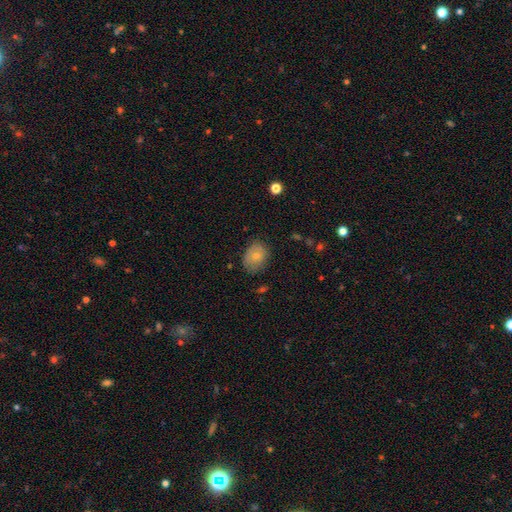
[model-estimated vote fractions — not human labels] smooth 71%, featured or disk 21%, star or artifact 8%. Down the decision tree: how rounded — in between (62%); merging — none (72%).